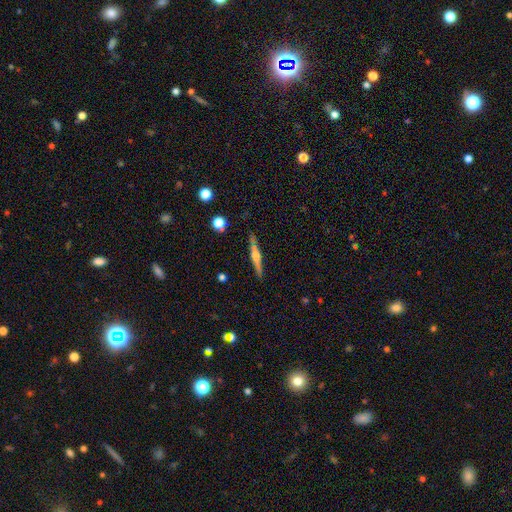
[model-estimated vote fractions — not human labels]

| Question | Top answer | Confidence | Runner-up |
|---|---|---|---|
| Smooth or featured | featured or disk | 65% | smooth (28%) |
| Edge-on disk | yes | 97% | no (3%) |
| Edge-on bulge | rounded | 80% | boxy (12%) |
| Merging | none | 86% | minor disturbance (10%) |